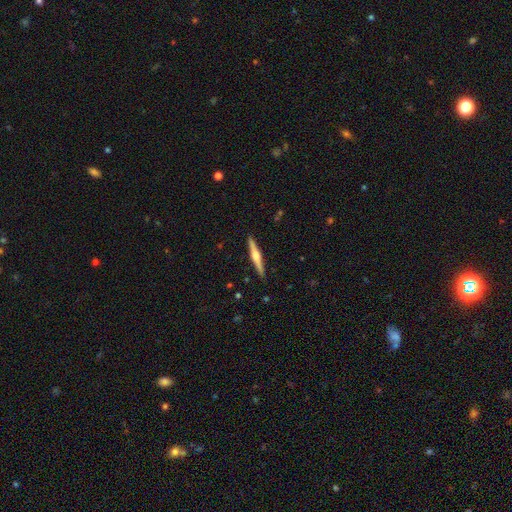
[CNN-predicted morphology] Q: Smooth or featured?
A: featured or disk (70%); runner-up: smooth (25%)
Q: Edge-on disk?
A: yes (98%); runner-up: no (2%)
Q: Edge-on bulge?
A: rounded (85%); runner-up: boxy (11%)
Q: Merging?
A: none (91%); runner-up: minor disturbance (6%)